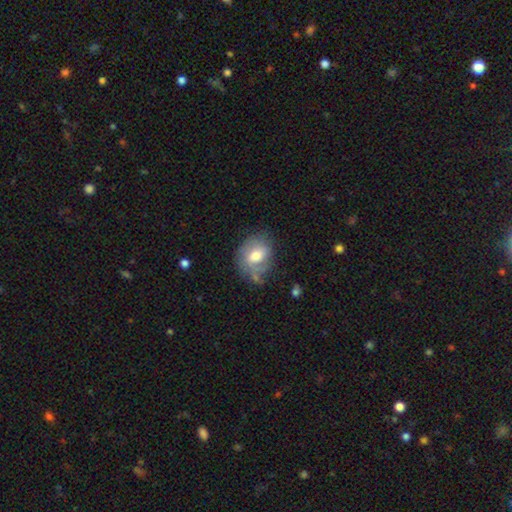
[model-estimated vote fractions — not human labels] Smooth or featured: smooth — 56% (featured or disk — 37%)
How rounded: in between — 54% (round — 45%)
Merging: none — 52% (minor disturbance — 28%)